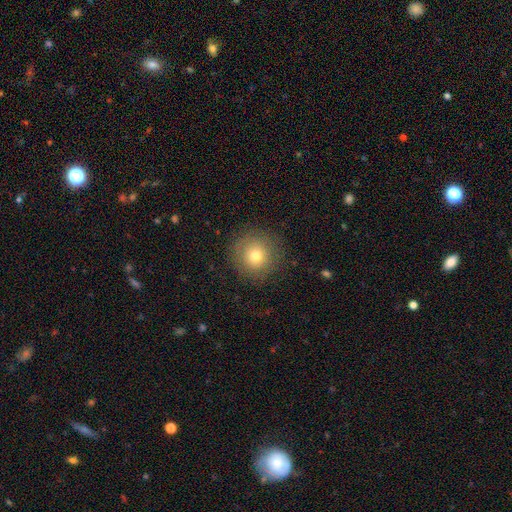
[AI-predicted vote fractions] Overall: smooth (74%). How rounded: round (95%). Merging: none (87%).